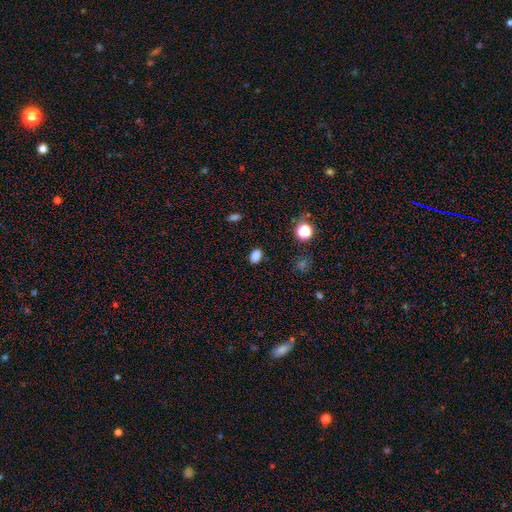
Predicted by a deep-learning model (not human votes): This is clearly a smooth galaxy (83%). How rounded: clearly in between (80%). Merging: clearly none (87%).